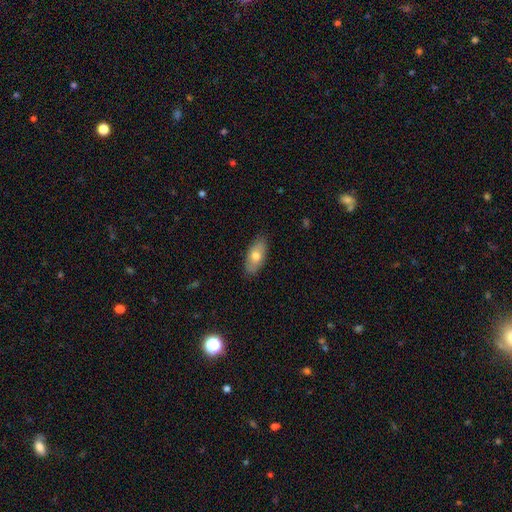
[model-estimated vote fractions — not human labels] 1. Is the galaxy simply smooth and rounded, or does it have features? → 71% smooth, 23% featured or disk, 6% star or artifact.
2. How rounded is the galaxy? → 89% in between, 7% cigar-shaped, 3% round.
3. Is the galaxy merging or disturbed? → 86% none, 11% minor disturbance, 2% major disturbance, 1% merger.